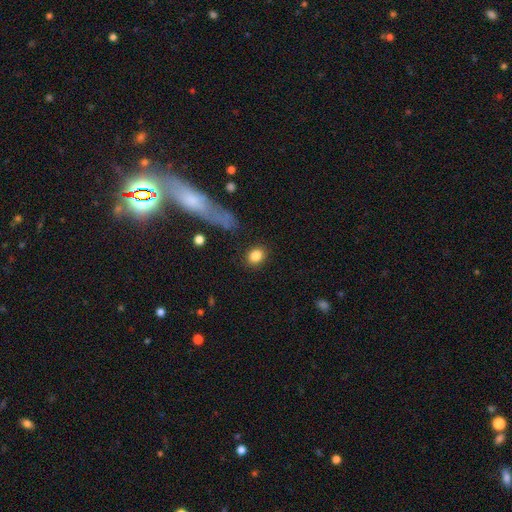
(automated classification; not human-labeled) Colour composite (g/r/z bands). It shows a smooth galaxy with no disk features (85%) that is round (51%). Merging: none (87%).